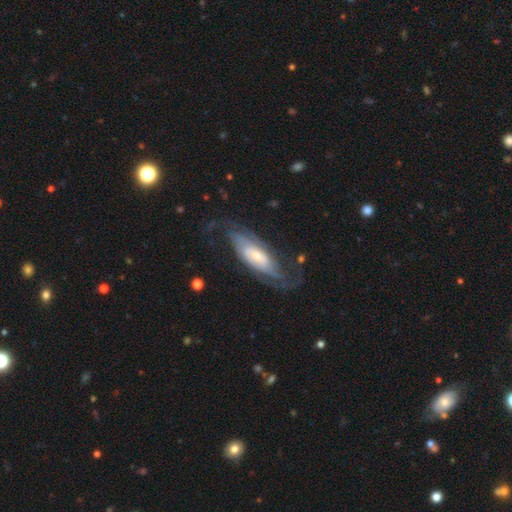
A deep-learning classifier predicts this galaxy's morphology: type=featured or disk (82%); edge-on=no (88%); bar=no (51%); spiral arms=yes (94%); winding=medium (41%); arm count=2 (51%); bulge=small (44%); merging=none (64%).